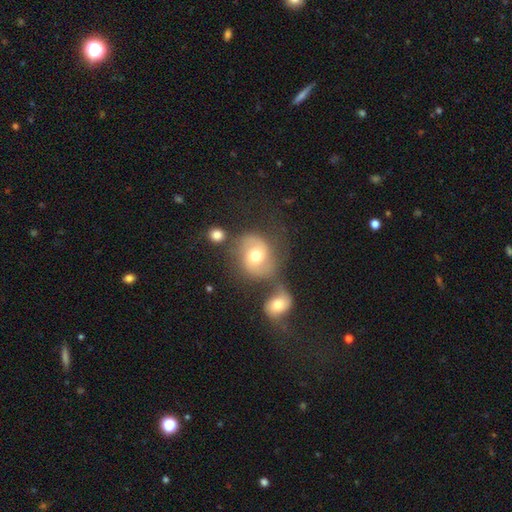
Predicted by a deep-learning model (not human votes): Morphology: type=featured or disk (60%); edge-on=no (97%); bar=no (63%); spiral arms=yes (84%); bulge=moderate (74%); merging=none (47%).